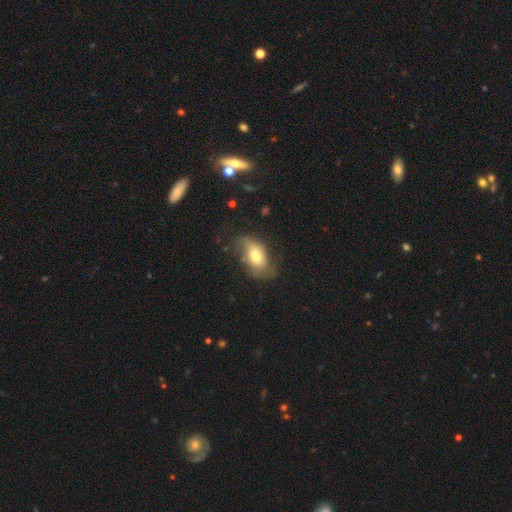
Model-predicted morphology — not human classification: The model was most divided on "merging": none: 55%, minor disturbance: 28%, major disturbance: 15%, merger: 2%. More confident: how rounded — in between (88%); smooth or featured — smooth (60%).